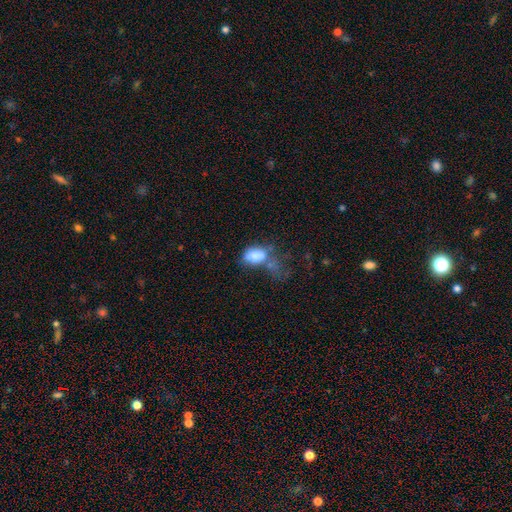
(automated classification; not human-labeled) Smooth or featured? smooth (71%)
How rounded? in between (85%)
Merging? major disturbance (34%)